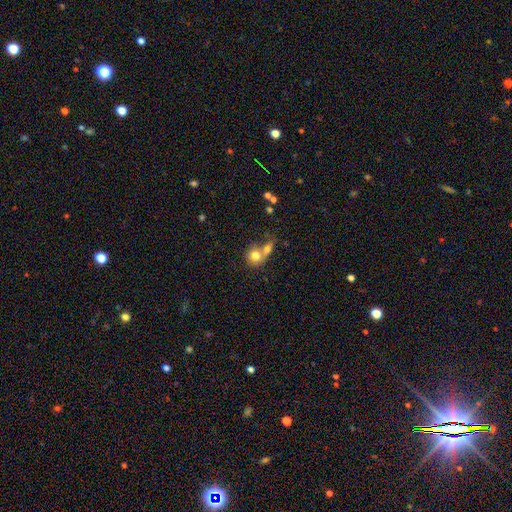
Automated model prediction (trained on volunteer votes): A smooth galaxy with no disk features (76%) that is round (77%).

Vote fractions:
- Smooth or featured? smooth: 76% / featured or disk: 14% / star or artifact: 9%
- How rounded? round: 77% / in between: 22% / cigar-shaped: 1%
- Merging? merger: 58% / none: 31% / minor disturbance: 7% / major disturbance: 4%